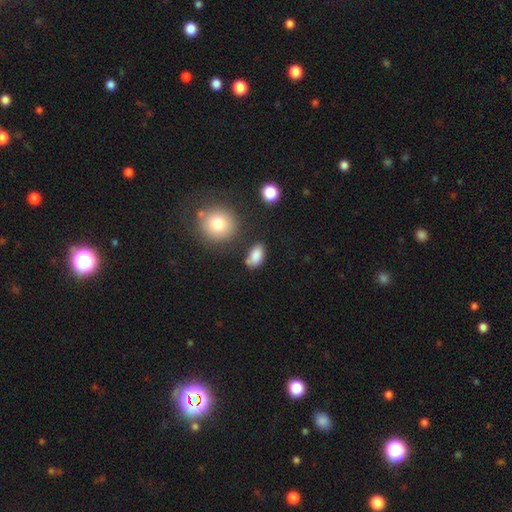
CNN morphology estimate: type=smooth (85%); roundness=in between (88%); merging=none (69%).